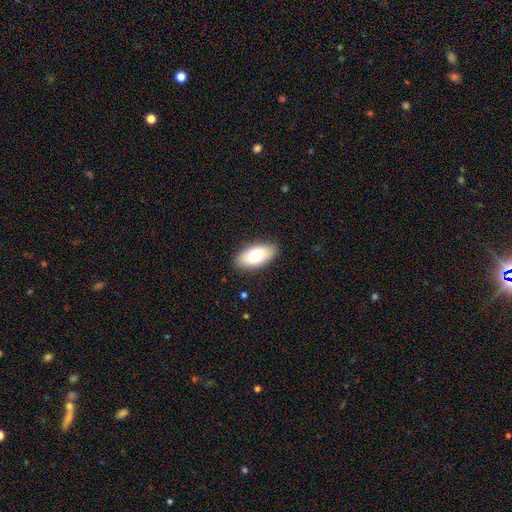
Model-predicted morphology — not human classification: Q: Smooth or featured?
A: smooth (75%); runner-up: featured or disk (19%)
Q: How rounded?
A: in between (92%); runner-up: cigar-shaped (5%)
Q: Merging?
A: none (87%); runner-up: minor disturbance (10%)